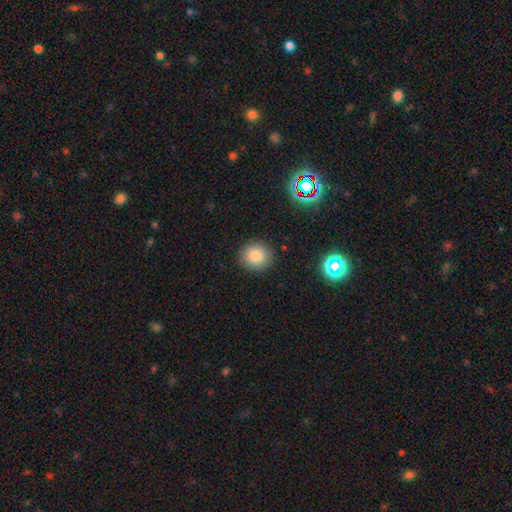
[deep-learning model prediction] Smooth or featured? smooth (82%)
How rounded? round (88%)
Merging? none (89%)